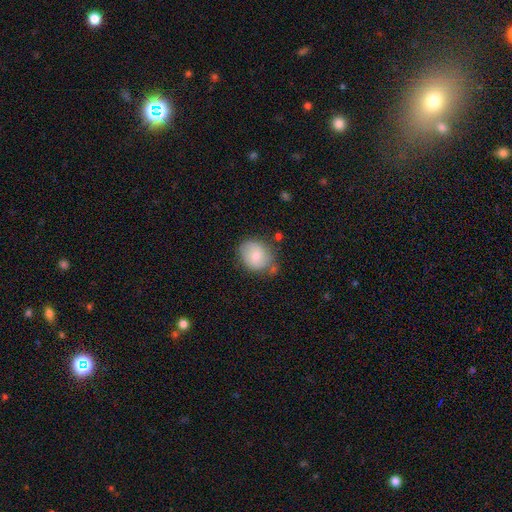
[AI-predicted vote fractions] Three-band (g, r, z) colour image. It shows a smooth galaxy with no disk features (73%) that is round (65%). Merging: none (68%).